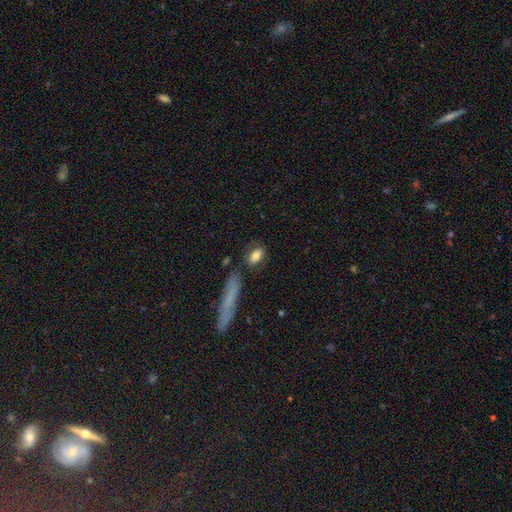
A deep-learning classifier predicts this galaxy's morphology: smooth-or-featured: smooth: 79% | featured or disk: 14% | star or artifact: 7%
  how-rounded: in between: 84% | cigar-shaped: 8% | round: 8%
  merging: none: 72% | minor disturbance: 15% | merger: 7% | major disturbance: 6%